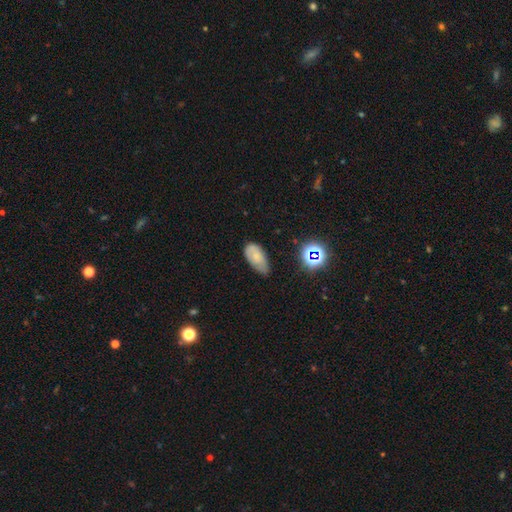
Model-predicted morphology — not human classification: A smooth galaxy with no disk features (70%) that is in between round and cigar-shaped (92%).

Vote fractions:
- Smooth or featured? smooth: 70% / featured or disk: 18% / star or artifact: 11%
- How rounded? in between: 92% / round: 4% / cigar-shaped: 4%
- Merging? minor disturbance: 44% / none: 43% / major disturbance: 10% / merger: 3%